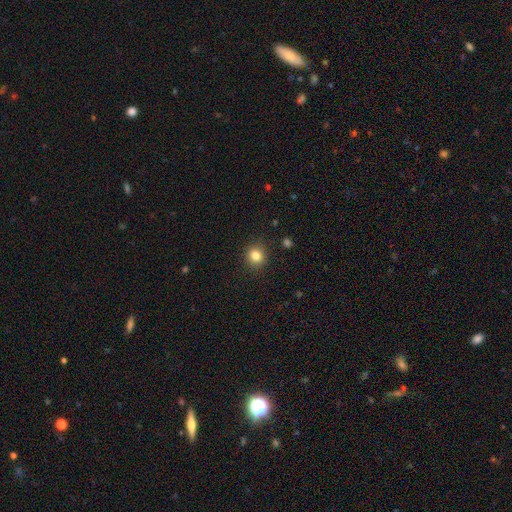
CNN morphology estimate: Smooth or featured? Predicted: smooth (p=0.83). How rounded? Predicted: round (p=0.86). Merging? Predicted: none (p=0.90).